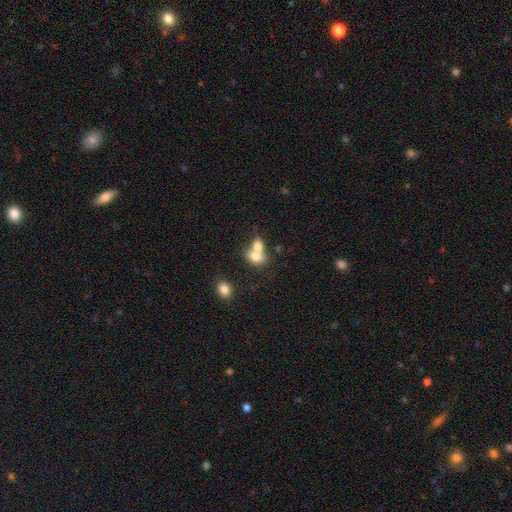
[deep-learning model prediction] Q: Smooth or featured?
A: smooth (74%); runner-up: featured or disk (16%)
Q: How rounded?
A: in between (74%); runner-up: round (24%)
Q: Merging?
A: merger (68%); runner-up: none (21%)